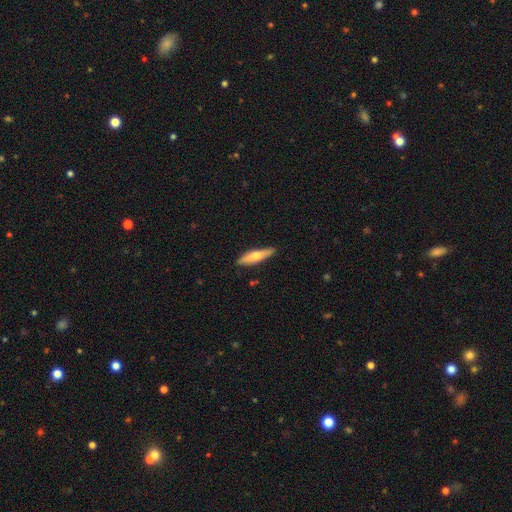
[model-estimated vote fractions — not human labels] Smooth or featured? smooth (53%)
How rounded? cigar-shaped (77%)
Merging? none (88%)